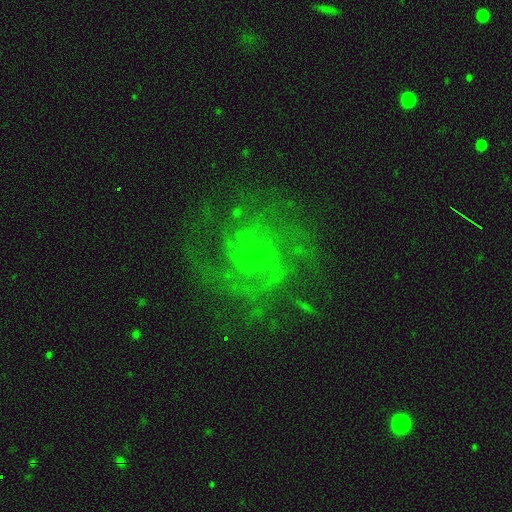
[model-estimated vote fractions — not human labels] smooth_or_featured: featured or disk (p=0.75) [alt: star or artifact p=0.13]
disk_edge_on: no (p=0.98) [alt: yes p=0.02]
bar: no (p=0.46) [alt: weak p=0.45]
has_spiral_arms: yes (p=0.91) [alt: no p=0.09]
spiral_winding: medium (p=0.44) [alt: tight p=0.40]
spiral_arm_count: can't tell (p=0.34) [alt: 2 p=0.31]
bulge_size: none (p=0.44) [alt: small p=0.39]
merging: none (p=0.70) [alt: minor disturbance p=0.15]